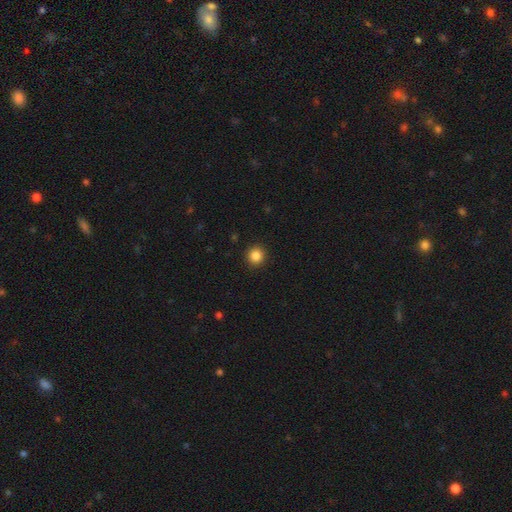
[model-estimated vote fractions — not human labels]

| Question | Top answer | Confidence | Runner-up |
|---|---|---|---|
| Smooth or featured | smooth | 86% | star or artifact (10%) |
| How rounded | round | 93% | in between (6%) |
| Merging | none | 92% | minor disturbance (5%) |